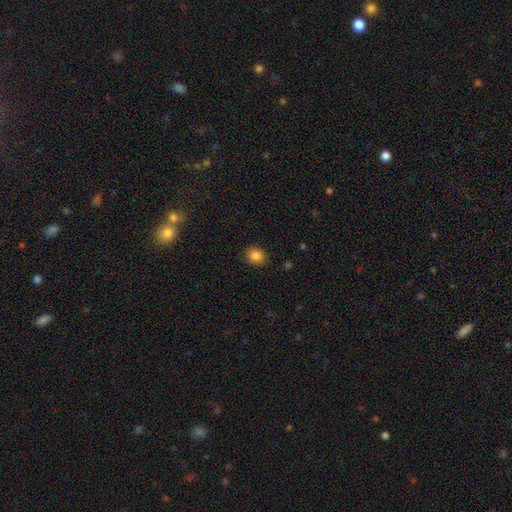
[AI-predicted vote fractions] Morphology: type=smooth (85%); roundness=round (67%); merging=none (88%).